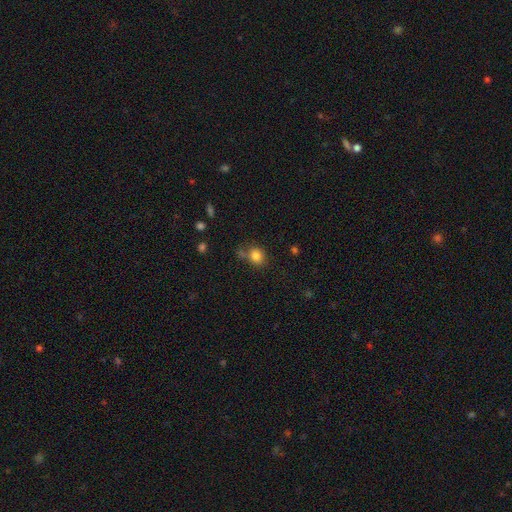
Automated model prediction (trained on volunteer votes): A smooth galaxy with no disk features (83%) that is round (66%). Merging: none (63%).